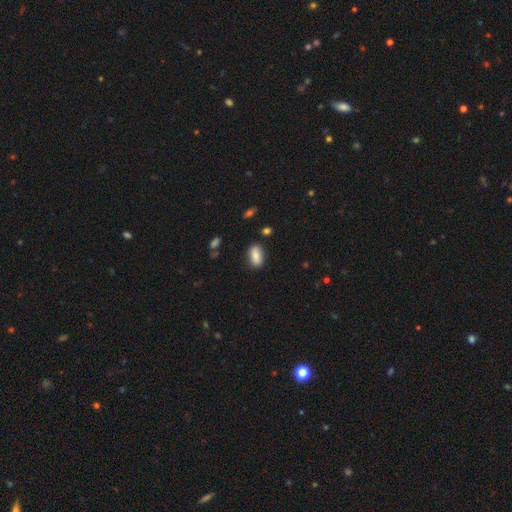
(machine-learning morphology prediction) Smooth or featured?
  - smooth: 82% *
  - featured or disk: 11%
  - star or artifact: 7%
How rounded?
  - in between: 90% *
  - cigar-shaped: 6%
  - round: 4%
Merging?
  - none: 83% *
  - minor disturbance: 12%
  - major disturbance: 3%
  - merger: 2%